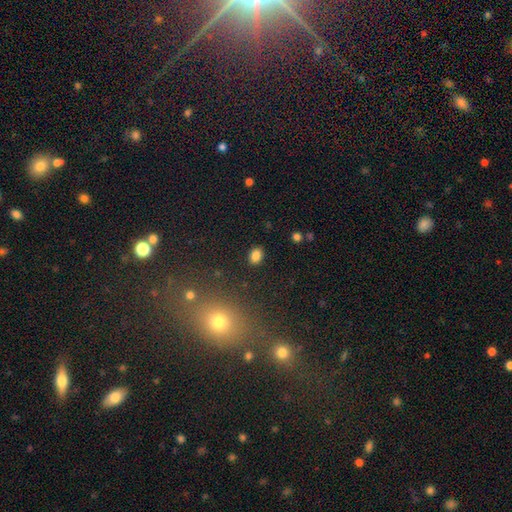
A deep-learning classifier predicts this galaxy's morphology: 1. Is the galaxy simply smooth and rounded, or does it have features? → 84% smooth, 11% star or artifact, 5% featured or disk.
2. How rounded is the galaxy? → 66% in between, 33% round, 1% cigar-shaped.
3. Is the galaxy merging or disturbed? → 88% none, 8% minor disturbance, 2% major disturbance, 2% merger.